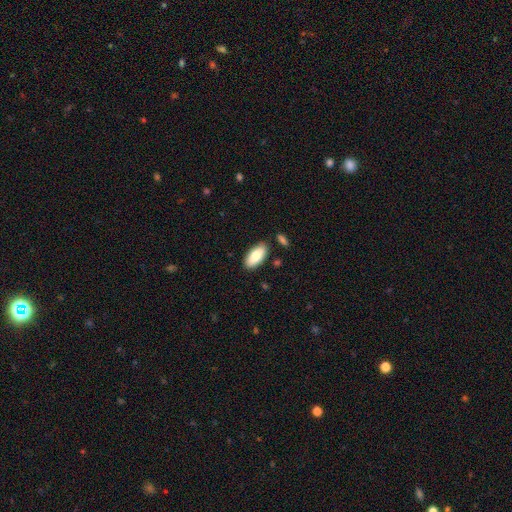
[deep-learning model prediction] Smooth or featured: smooth — 81% (featured or disk — 13%)
How rounded: in between — 92% (cigar-shaped — 6%)
Merging: none — 85% (minor disturbance — 10%)